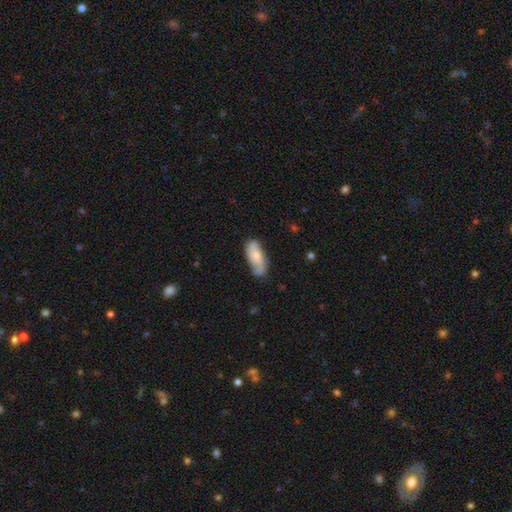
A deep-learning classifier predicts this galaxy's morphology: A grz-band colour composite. It shows a smooth galaxy with no disk features (51%) that is in between round and cigar-shaped (81%). Merging: none (60%).